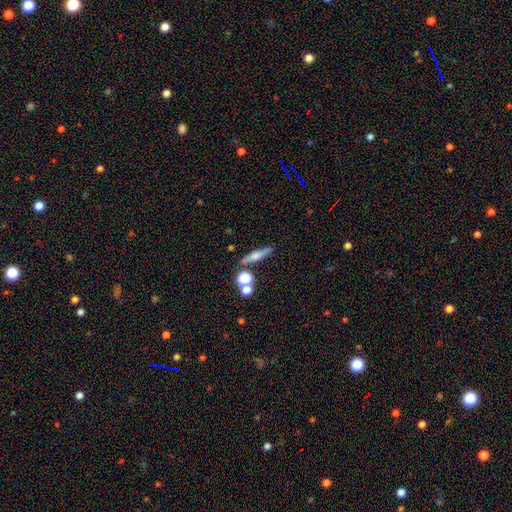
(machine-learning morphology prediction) smooth-or-featured: smooth: 52% | featured or disk: 38% | star or artifact: 10%
  how-rounded: cigar-shaped: 77% | in between: 14% | round: 8%
  merging: none: 77% | merger: 10% | minor disturbance: 10% | major disturbance: 3%